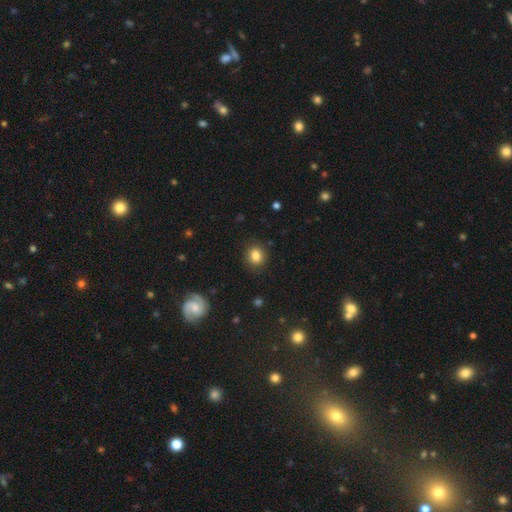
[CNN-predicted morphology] Smooth or featured?
  - smooth: 83% *
  - star or artifact: 10%
  - featured or disk: 7%
How rounded?
  - round: 70% *
  - in between: 29%
  - cigar-shaped: 1%
Merging?
  - none: 88% *
  - minor disturbance: 8%
  - major disturbance: 3%
  - merger: 1%